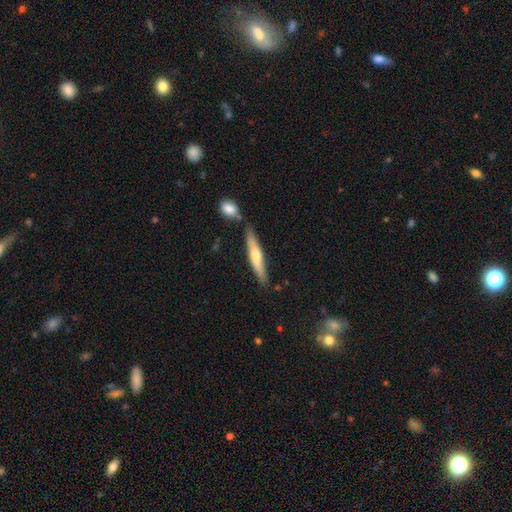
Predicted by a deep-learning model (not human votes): Morphology: type=featured or disk (48%); merging=none (74%).